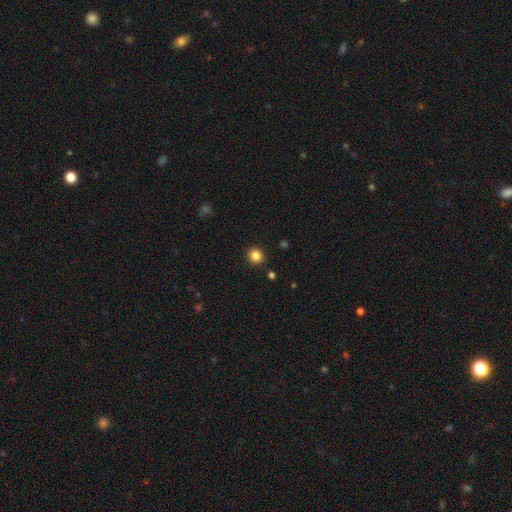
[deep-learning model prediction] Smooth or featured?
  - smooth: 84% *
  - star or artifact: 12%
  - featured or disk: 4%
How rounded?
  - round: 91% *
  - in between: 9%
  - cigar-shaped: 1%
Merging?
  - none: 91% *
  - minor disturbance: 5%
  - major disturbance: 2%
  - merger: 2%